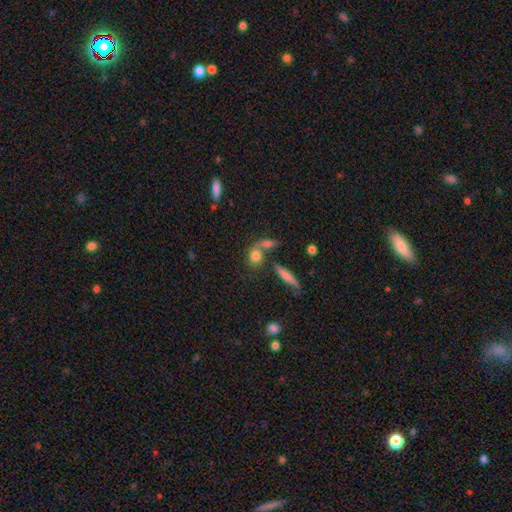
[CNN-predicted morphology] Smooth or featured? smooth (76%)
How rounded? round (52%)
Merging? none (49%)